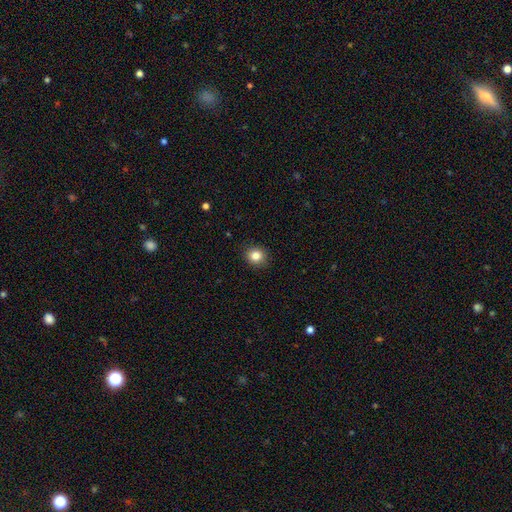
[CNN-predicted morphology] type=smooth (83%); roundness=round (83%); merging=none (90%).